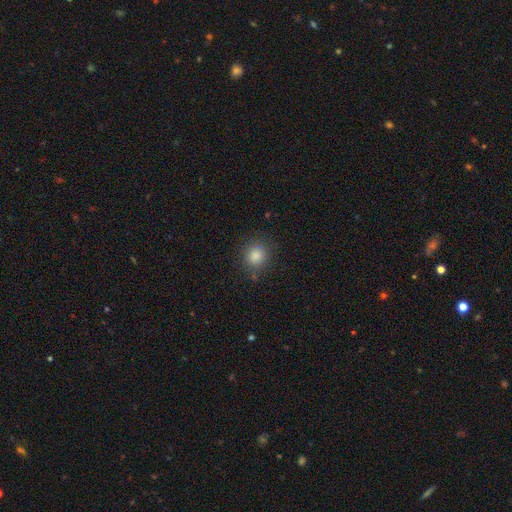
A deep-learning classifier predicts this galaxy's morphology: The model was most divided on "how rounded": round: 83%, in between: 16%, cigar-shaped: 1%. More confident: smooth or featured — smooth (85%); merging — none (84%).